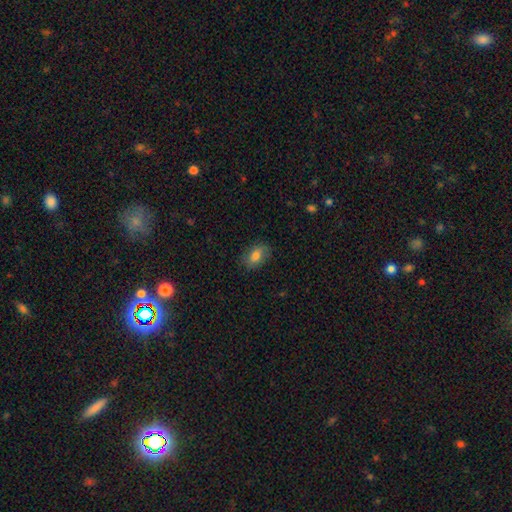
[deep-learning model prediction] A smooth galaxy with no disk features (77%) that is in between round and cigar-shaped (86%). Merging: none (80%).